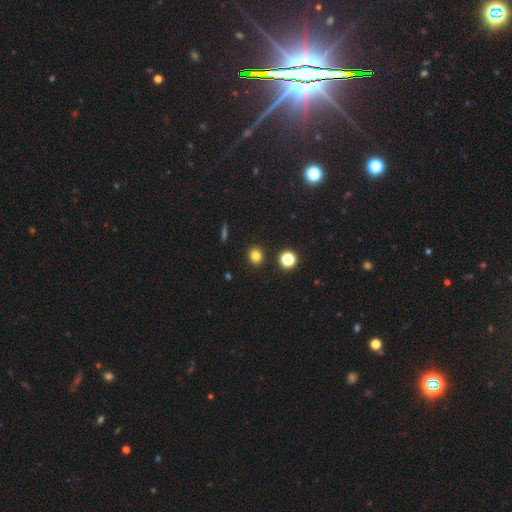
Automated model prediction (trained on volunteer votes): smooth 81%, star or artifact 14%, featured or disk 5%. Down the decision tree: how rounded — round (81%); merging — none (90%).